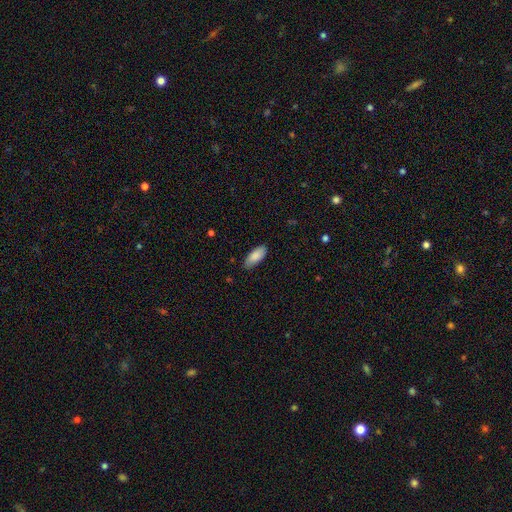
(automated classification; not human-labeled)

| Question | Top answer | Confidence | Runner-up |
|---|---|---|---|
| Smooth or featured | smooth | 87% | featured or disk (7%) |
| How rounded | in between | 85% | cigar-shaped (14%) |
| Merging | none | 82% | minor disturbance (15%) |